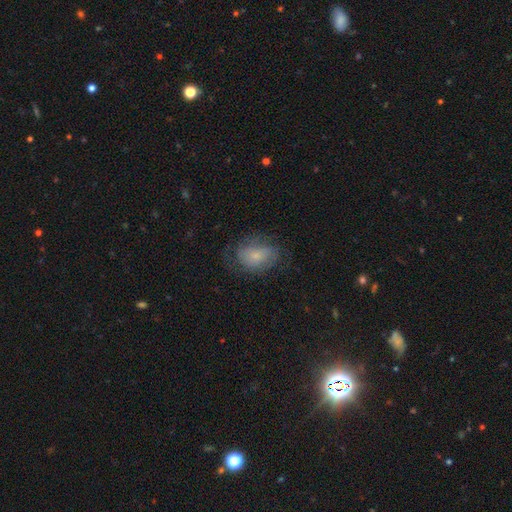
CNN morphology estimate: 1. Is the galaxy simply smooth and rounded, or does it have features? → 50% smooth, 40% featured or disk, 10% star or artifact.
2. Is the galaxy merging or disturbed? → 58% none, 23% minor disturbance, 18% major disturbance, 1% merger.